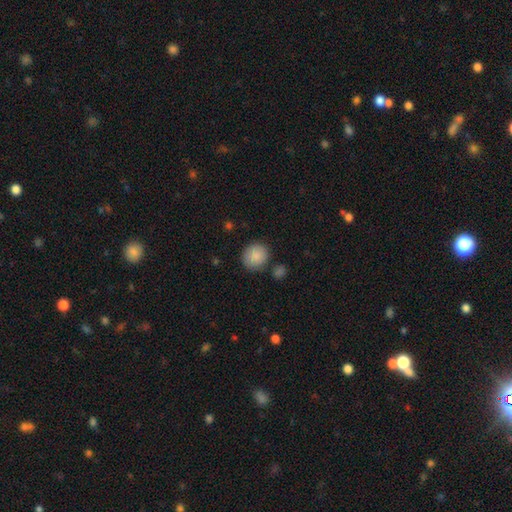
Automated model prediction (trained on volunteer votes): Smooth or featured?
  - smooth: 88% *
  - star or artifact: 7%
  - featured or disk: 6%
How rounded?
  - round: 84% *
  - in between: 15%
  - cigar-shaped: 1%
Merging?
  - none: 79% *
  - minor disturbance: 12%
  - merger: 5%
  - major disturbance: 4%